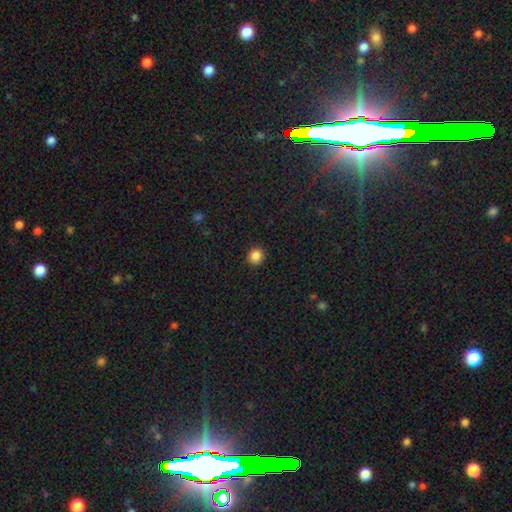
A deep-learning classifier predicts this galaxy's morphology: Smooth or featured? smooth (86%)
How rounded? round (91%)
Merging? none (92%)